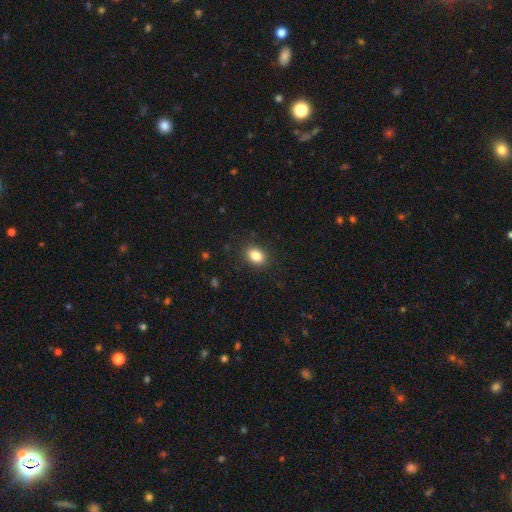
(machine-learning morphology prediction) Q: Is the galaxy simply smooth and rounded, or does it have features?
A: smooth — 84%.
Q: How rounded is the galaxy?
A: in between — 73%.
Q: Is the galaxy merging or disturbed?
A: none — 87%.